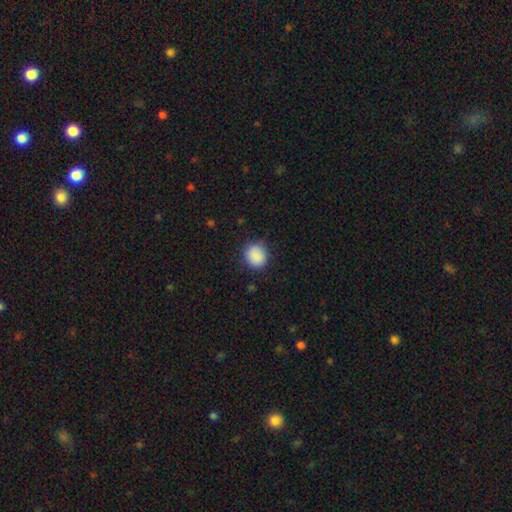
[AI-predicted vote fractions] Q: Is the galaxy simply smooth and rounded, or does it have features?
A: smooth — 89%.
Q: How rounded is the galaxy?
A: round — 76%.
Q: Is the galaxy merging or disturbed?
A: none — 84%.